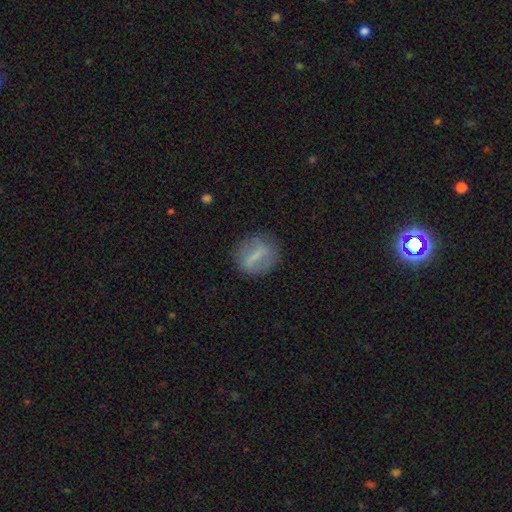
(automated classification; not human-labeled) The model was most divided on "smooth or featured": smooth: 52%, featured or disk: 40%, star or artifact: 8%. More confident: merging — none (80%); how rounded — round (54%).